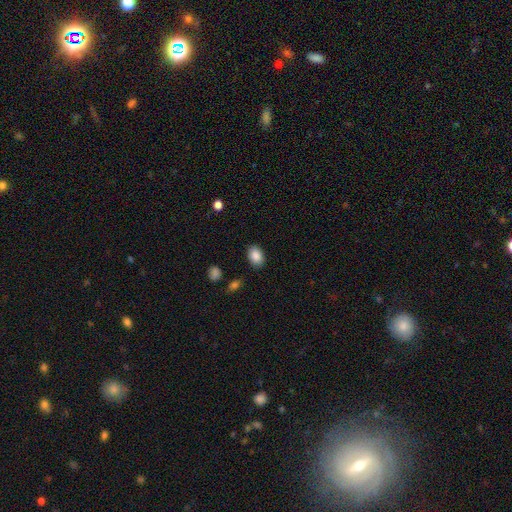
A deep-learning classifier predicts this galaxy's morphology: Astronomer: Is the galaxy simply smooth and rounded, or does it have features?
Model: smooth — 88%.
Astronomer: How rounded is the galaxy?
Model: in between — 81%.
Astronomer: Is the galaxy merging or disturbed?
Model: none — 86%.